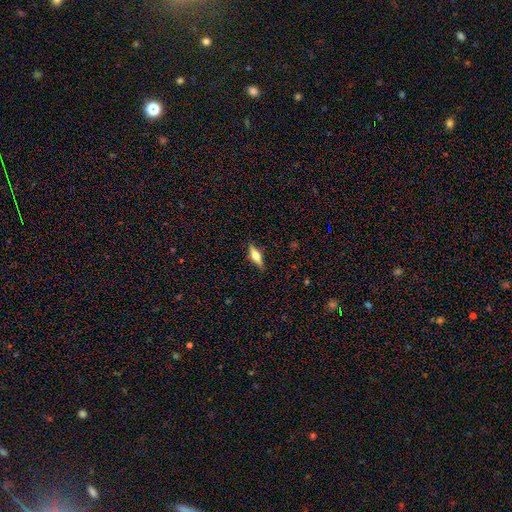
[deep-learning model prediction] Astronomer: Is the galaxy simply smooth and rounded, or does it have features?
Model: featured or disk — 50% (runner-up: smooth, 43%).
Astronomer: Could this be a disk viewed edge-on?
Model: yes — 93%.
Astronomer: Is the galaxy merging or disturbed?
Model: none — 86%.